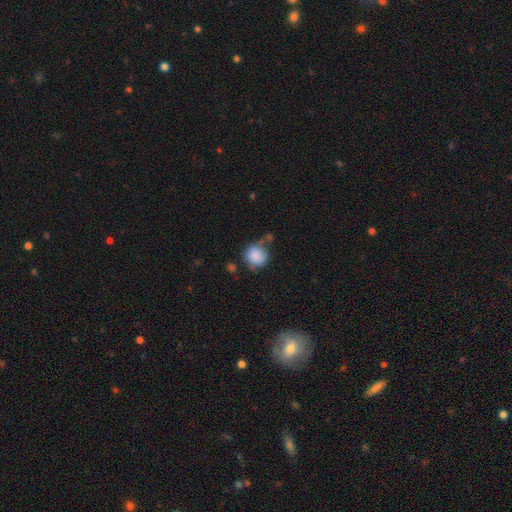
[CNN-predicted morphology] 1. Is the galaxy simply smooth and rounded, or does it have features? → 87% smooth, 8% star or artifact, 5% featured or disk.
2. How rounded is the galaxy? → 87% round, 12% in between, 1% cigar-shaped.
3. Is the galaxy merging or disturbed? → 58% none, 22% minor disturbance, 12% merger, 8% major disturbance.